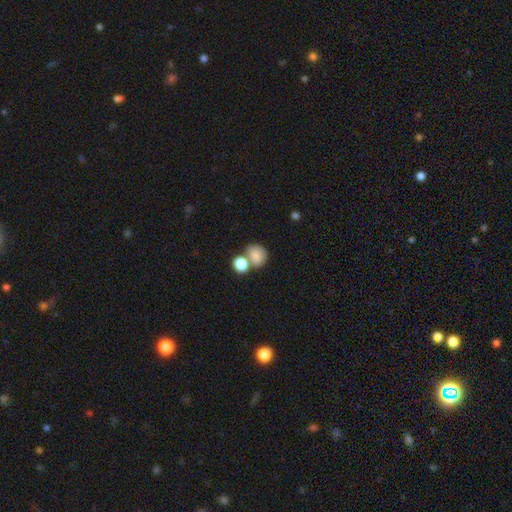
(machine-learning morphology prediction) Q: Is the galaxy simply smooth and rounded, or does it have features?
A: smooth — 81%.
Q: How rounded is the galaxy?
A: round — 69%.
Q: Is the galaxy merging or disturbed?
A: none — 43%.